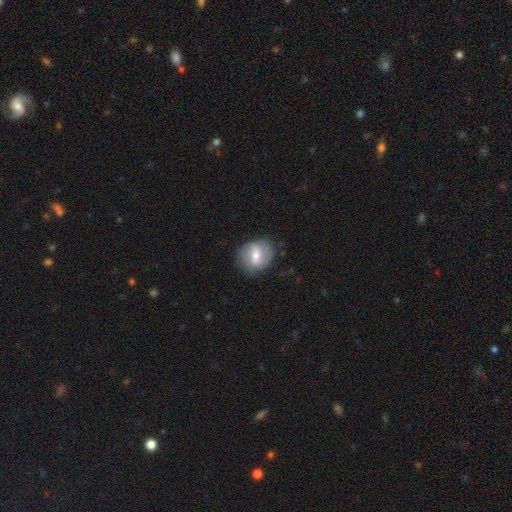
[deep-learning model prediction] This is possibly a featured or disk galaxy (54%). It is clearly not viewed edge-on (95%). Bar: possibly weak (49%). Spiral arm pattern: likely yes (66%). Central bulge: possibly moderate (59%). Merging: likely none (77%).